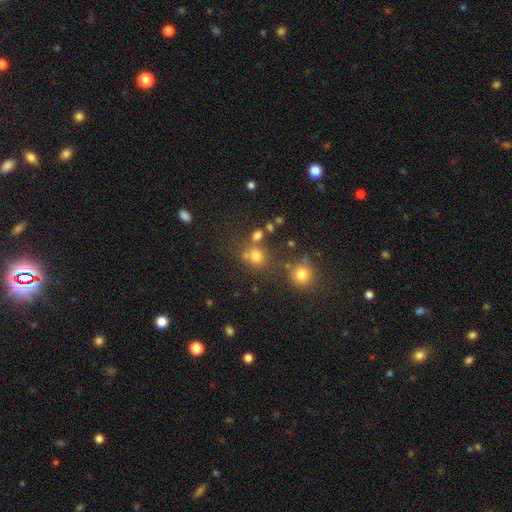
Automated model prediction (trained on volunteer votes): smooth_or_featured: smooth (p=0.71) [alt: star or artifact p=0.20]
how_rounded: round (p=0.76) [alt: in between p=0.23]
merging: none (p=0.60) [alt: merger p=0.22]